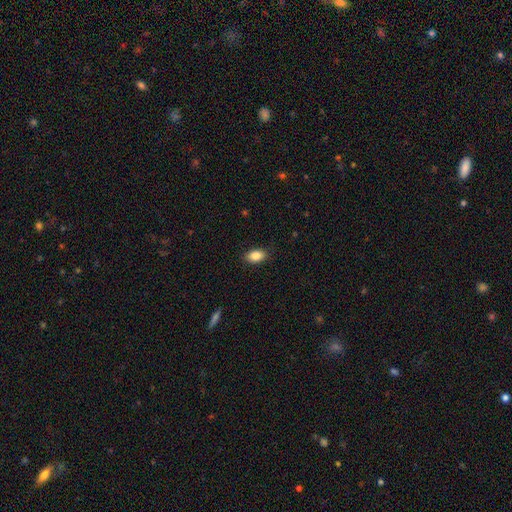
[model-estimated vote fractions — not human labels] Smooth or featured? Predicted: smooth (p=0.86). How rounded? Predicted: in between (p=0.88). Merging? Predicted: none (p=0.87).